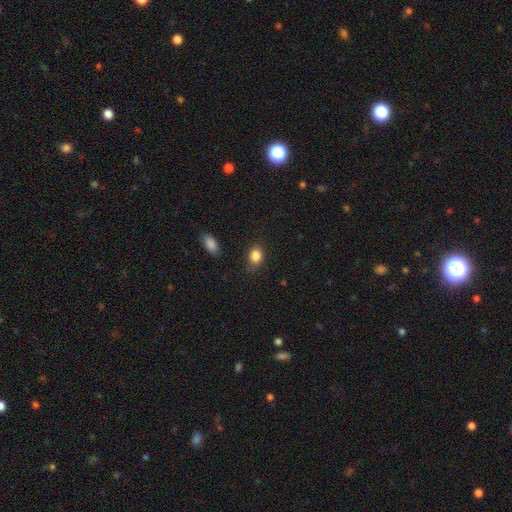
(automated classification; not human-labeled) The model was most divided on "how rounded": in between: 63%, round: 36%, cigar-shaped: 1%. More confident: smooth or featured — smooth (86%); merging — none (76%).